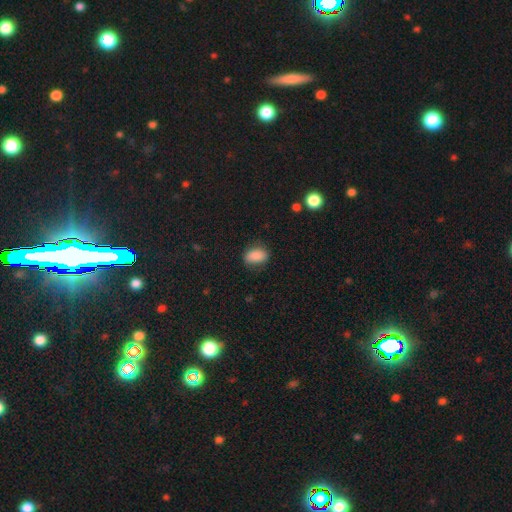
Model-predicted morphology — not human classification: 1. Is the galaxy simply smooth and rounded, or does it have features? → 86% smooth, 8% star or artifact, 6% featured or disk.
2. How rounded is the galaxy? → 87% in between, 10% round, 3% cigar-shaped.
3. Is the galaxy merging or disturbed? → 77% none, 18% minor disturbance, 5% major disturbance, 1% merger.